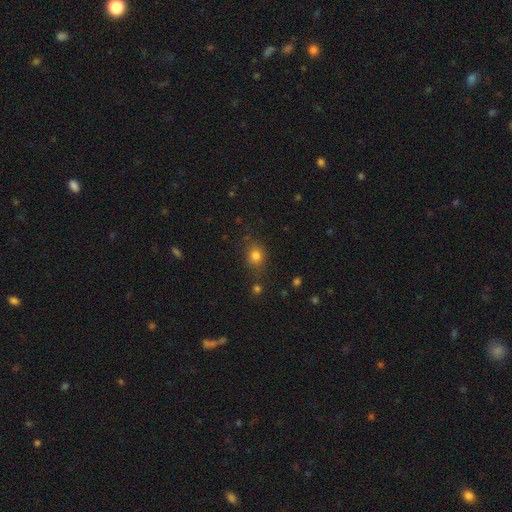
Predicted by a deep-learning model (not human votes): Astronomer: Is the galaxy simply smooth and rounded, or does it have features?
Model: smooth — 79%.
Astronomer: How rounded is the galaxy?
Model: round — 66%.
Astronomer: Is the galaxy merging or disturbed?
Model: none — 73%.